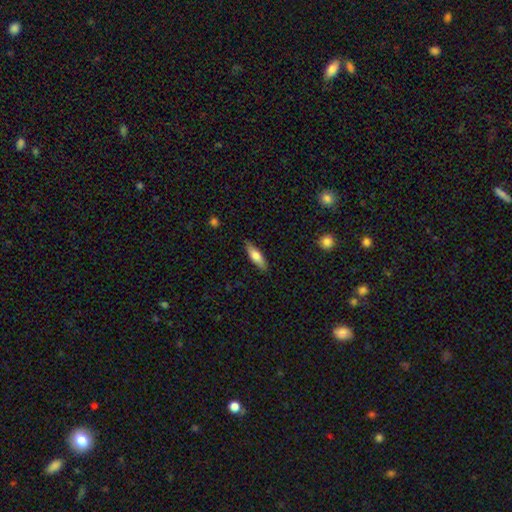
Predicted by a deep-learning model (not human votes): Smooth or featured? Predicted: smooth (p=0.68). How rounded? Predicted: cigar-shaped (p=0.55). Merging? Predicted: none (p=0.85).